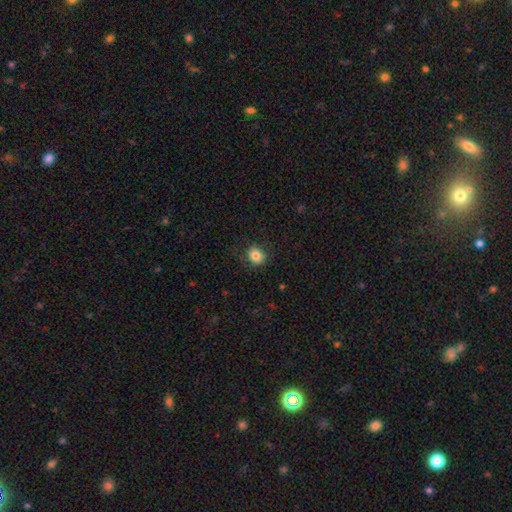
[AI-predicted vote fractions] Smooth or featured: smooth — 81% (star or artifact — 10%)
How rounded: round — 68% (in between — 31%)
Merging: none — 80% (minor disturbance — 14%)